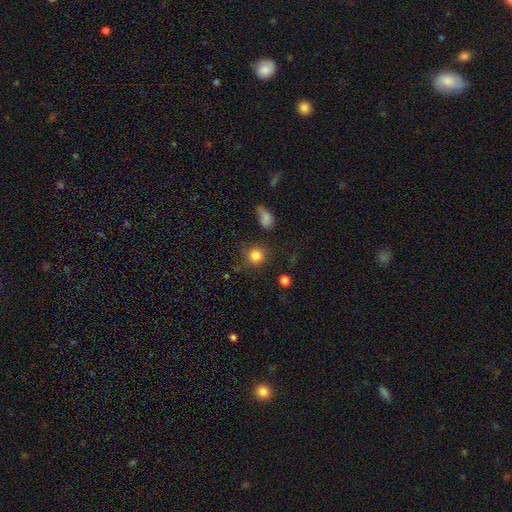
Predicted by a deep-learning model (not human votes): A smooth galaxy with no disk features (83%) that is round (90%).

Vote fractions:
- Smooth or featured? smooth: 83% / star or artifact: 11% / featured or disk: 5%
- How rounded? round: 90% / in between: 9% / cigar-shaped: 1%
- Merging? none: 78% / minor disturbance: 12% / merger: 5% / major disturbance: 5%